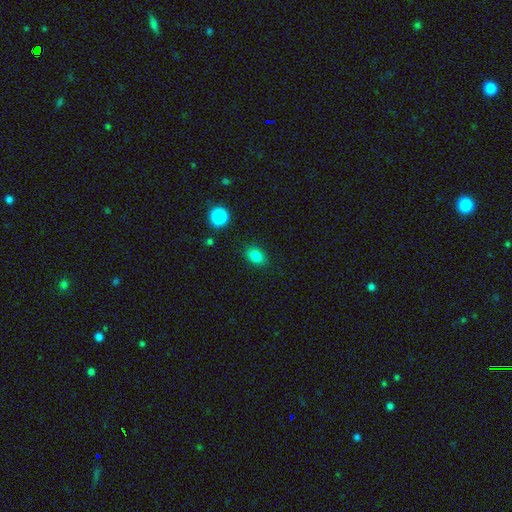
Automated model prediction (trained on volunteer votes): Smooth or featured? Predicted: smooth (p=0.82). How rounded? Predicted: in between (p=0.70). Merging? Predicted: none (p=0.86).